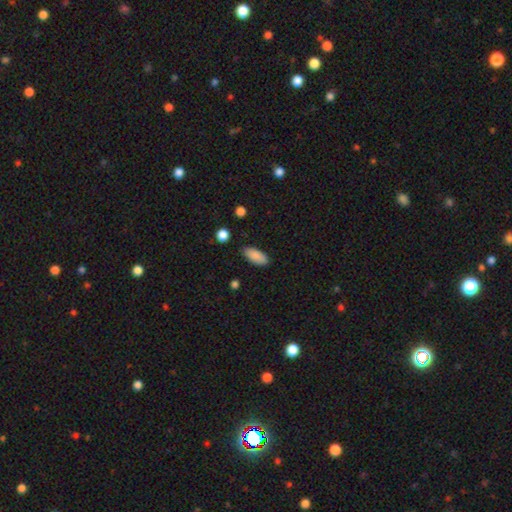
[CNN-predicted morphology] Q: Smooth or featured?
A: smooth (89%); runner-up: star or artifact (7%)
Q: How rounded?
A: in between (87%); runner-up: cigar-shaped (11%)
Q: Merging?
A: none (85%); runner-up: minor disturbance (11%)